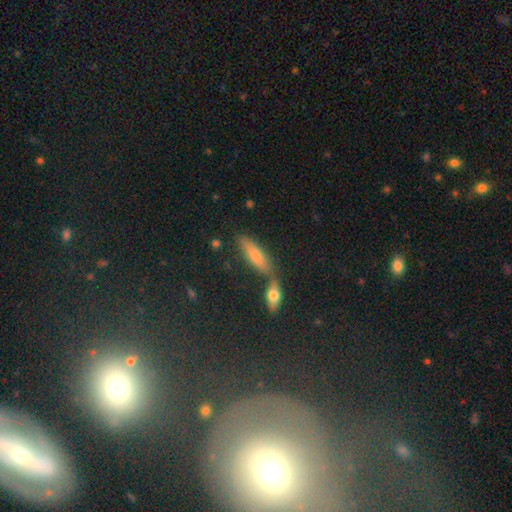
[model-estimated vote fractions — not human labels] This is likely a smooth galaxy (72%). How rounded: possibly cigar-shaped (50%). Merging: likely none (62%).